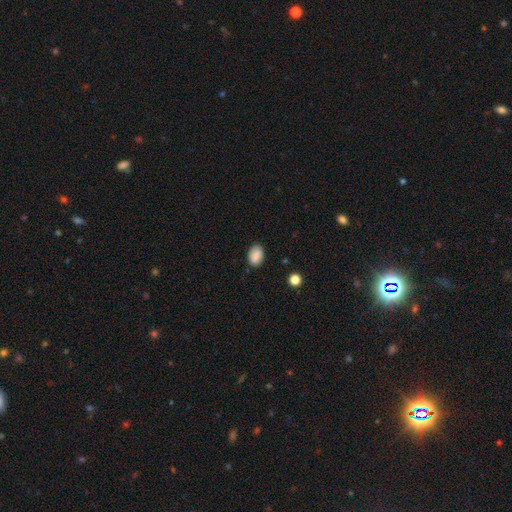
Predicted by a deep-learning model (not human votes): smooth-or-featured: smooth: 88% | star or artifact: 8% | featured or disk: 4%
  how-rounded: in between: 81% | round: 18% | cigar-shaped: 1%
  merging: none: 84% | minor disturbance: 13% | major disturbance: 3% | merger: 1%